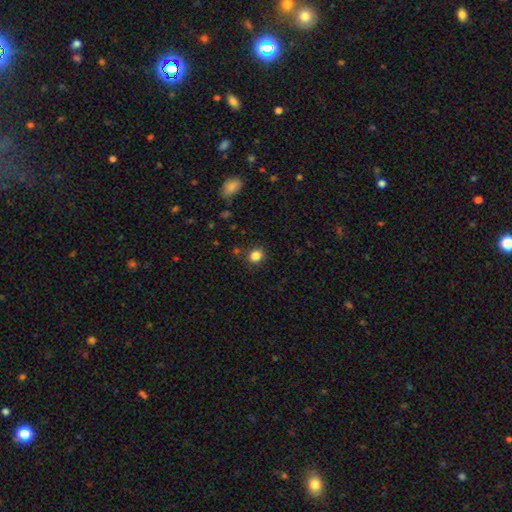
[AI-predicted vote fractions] Smooth or featured: smooth — 85% (star or artifact — 11%)
How rounded: round — 66% (in between — 33%)
Merging: none — 85% (minor disturbance — 10%)